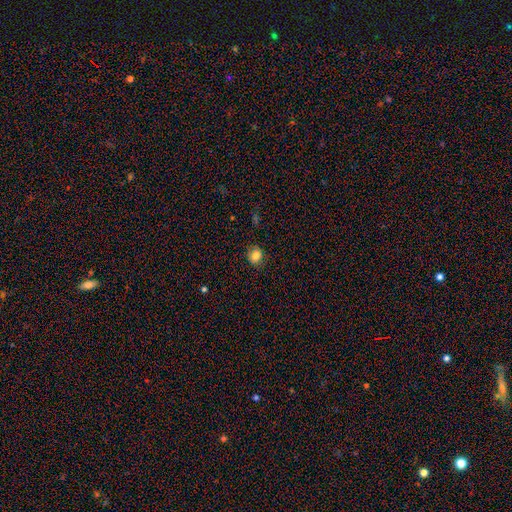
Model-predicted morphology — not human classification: This appears to be a smooth galaxy with no disk features (83%) that is round (69%). Merging: none (85%).